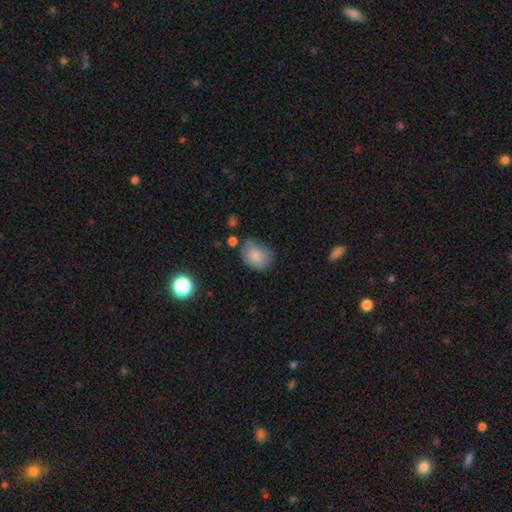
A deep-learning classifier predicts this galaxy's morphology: Overall: smooth (80%). How rounded: round (51%; in between 48%). Merging: none (51%; minor disturbance 32%).